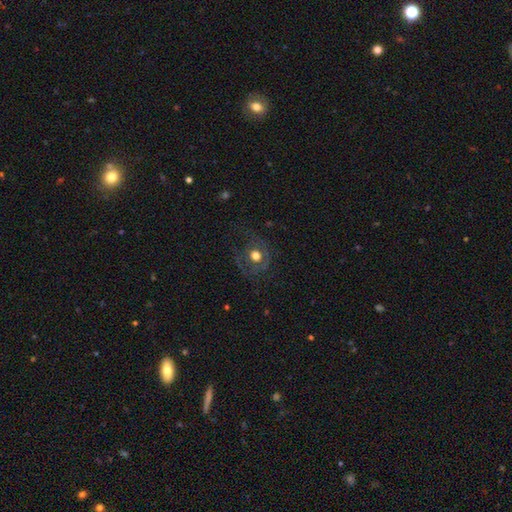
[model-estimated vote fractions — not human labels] This appears to be a smooth galaxy with no disk features (44%). Merging: none (64%).